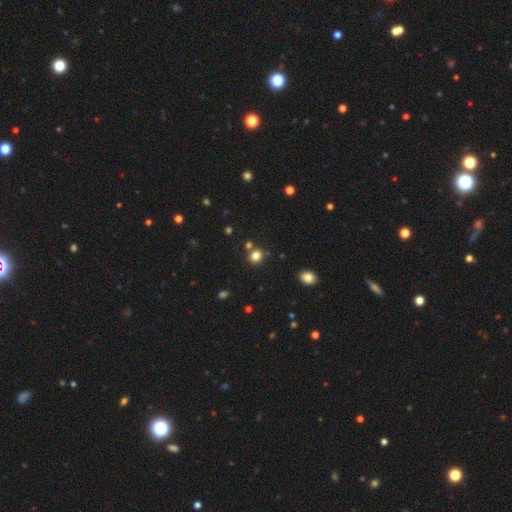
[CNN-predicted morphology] Smooth or featured?
  - smooth: 80% *
  - star or artifact: 14%
  - featured or disk: 5%
How rounded?
  - round: 84% *
  - in between: 15%
  - cigar-shaped: 1%
Merging?
  - none: 77% *
  - merger: 12%
  - minor disturbance: 8%
  - major disturbance: 3%